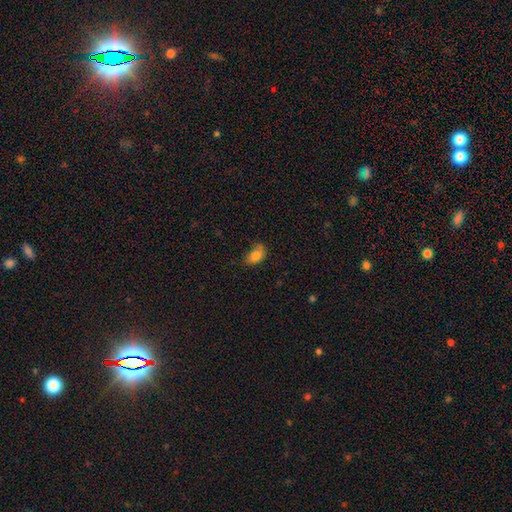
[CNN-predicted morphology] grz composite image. It shows a smooth galaxy with no disk features (83%) that is in between round and cigar-shaped (87%). Merging: none (51%).